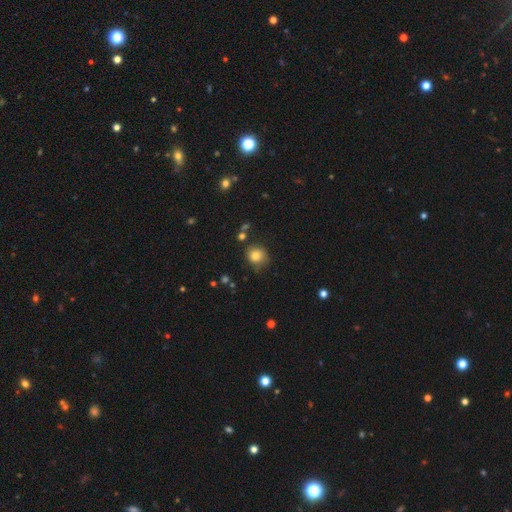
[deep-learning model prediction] Smooth or featured: smooth — 80% (star or artifact — 11%)
How rounded: round — 84% (in between — 15%)
Merging: none — 73% (minor disturbance — 18%)